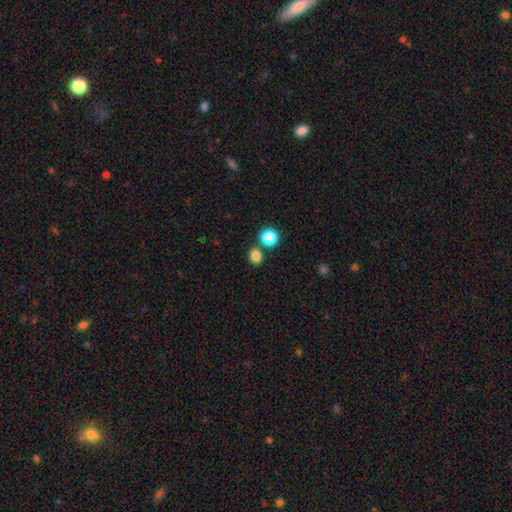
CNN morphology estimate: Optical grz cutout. It shows a smooth galaxy with no disk features (84%) that is in between round and cigar-shaped (49%, tied with round). Merging: none (74%).